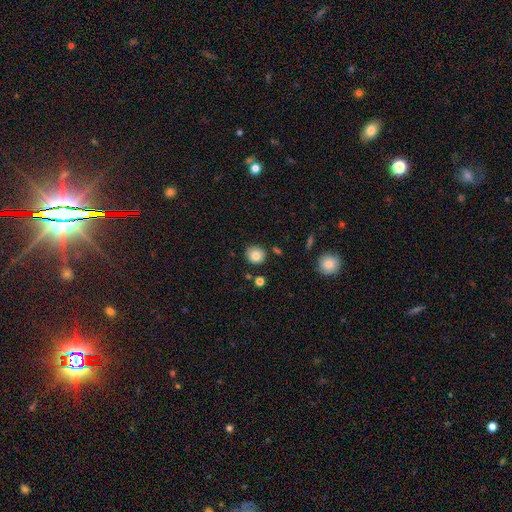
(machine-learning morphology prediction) Overall: smooth (83%). How rounded: round (84%). Merging: none (83%).